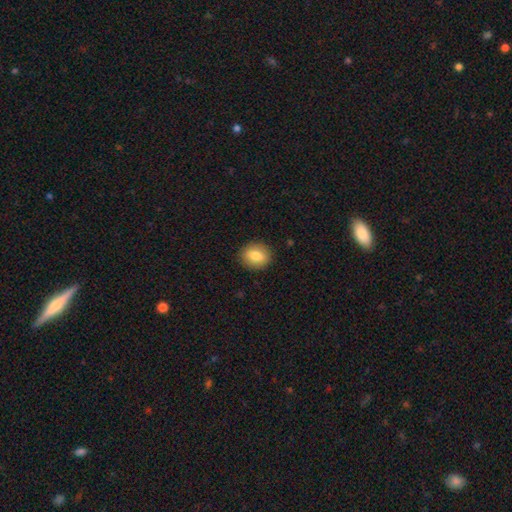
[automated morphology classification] Q: Smooth or featured?
A: smooth (82%); runner-up: featured or disk (10%)
Q: How rounded?
A: round (57%); runner-up: in between (42%)
Q: Merging?
A: none (89%); runner-up: minor disturbance (8%)